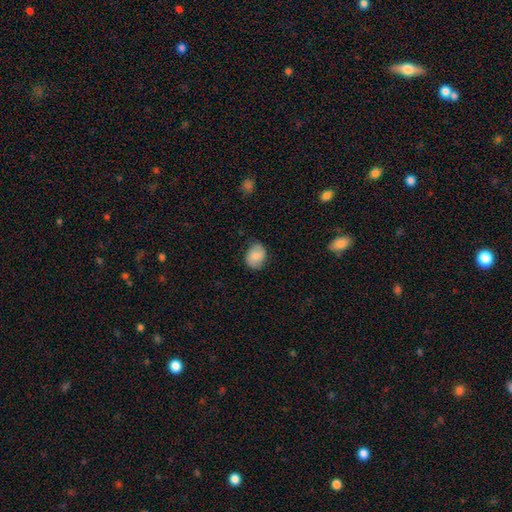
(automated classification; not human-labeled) smooth 82%, featured or disk 10%, star or artifact 8%. Down the decision tree: how rounded — in between (53%); merging — none (77%).